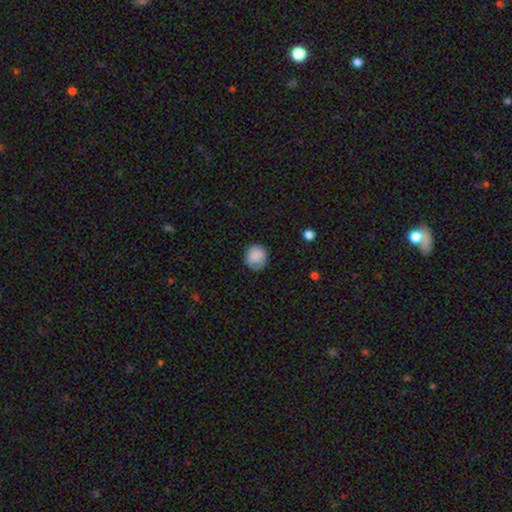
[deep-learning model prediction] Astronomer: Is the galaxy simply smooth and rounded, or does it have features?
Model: smooth — 87%.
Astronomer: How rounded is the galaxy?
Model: round — 85%.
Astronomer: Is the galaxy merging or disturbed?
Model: none — 77%.